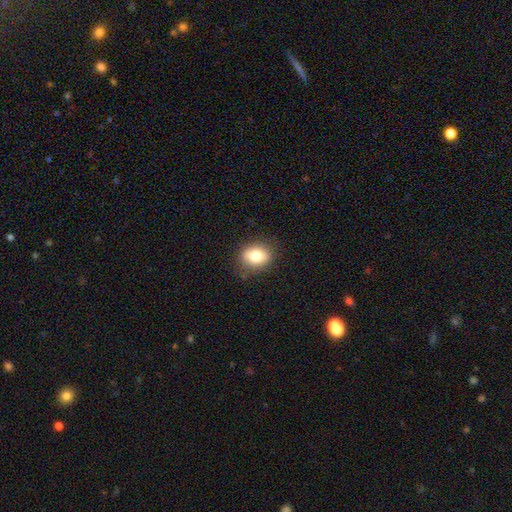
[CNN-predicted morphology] A smooth galaxy with no disk features (80%) that is in between round and cigar-shaped (60%).

Vote fractions:
- Smooth or featured? smooth: 80% / featured or disk: 12% / star or artifact: 9%
- How rounded? in between: 60% / round: 38% / cigar-shaped: 1%
- Merging? none: 81% / minor disturbance: 14% / major disturbance: 3% / merger: 1%